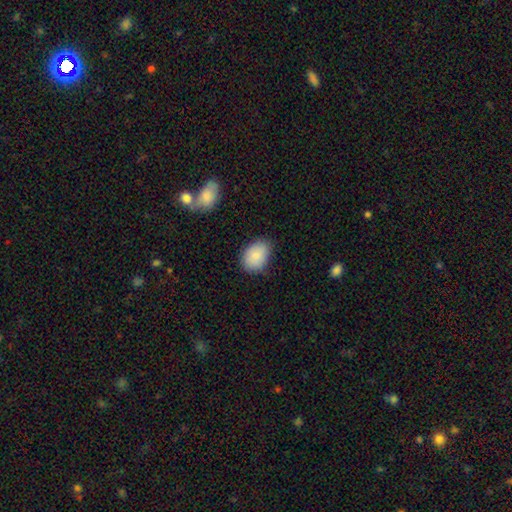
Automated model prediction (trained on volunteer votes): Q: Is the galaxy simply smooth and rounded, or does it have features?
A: smooth — 88%.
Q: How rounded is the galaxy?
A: in between — 77%.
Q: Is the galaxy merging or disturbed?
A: none — 79%.